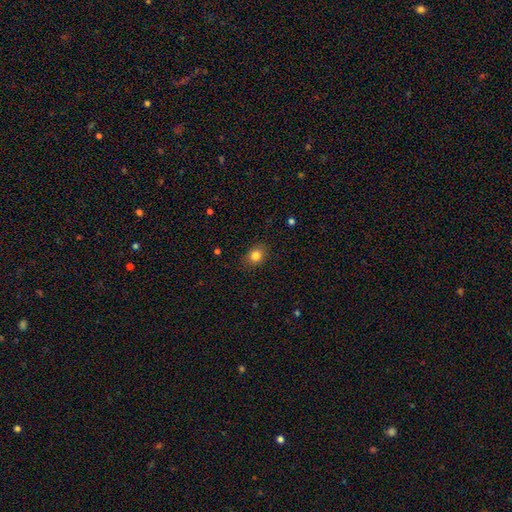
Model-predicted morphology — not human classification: Overall: smooth (83%). How rounded: round (60%; in between 39%). Merging: none (86%).